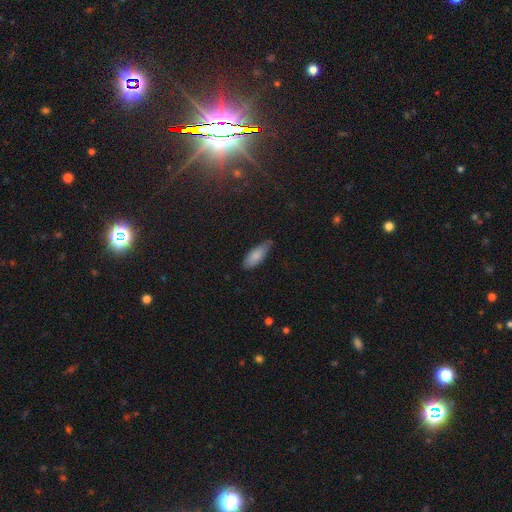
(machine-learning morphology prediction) smooth-or-featured: smooth: 81% | featured or disk: 12% | star or artifact: 7%
  how-rounded: in between: 71% | cigar-shaped: 27% | round: 2%
  merging: none: 68% | minor disturbance: 27% | major disturbance: 4% | merger: 1%